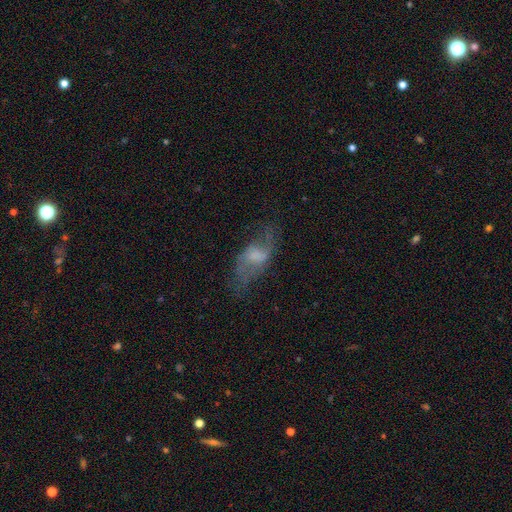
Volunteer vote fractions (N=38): smooth_or_featured: featured or disk (p=0.68) [alt: smooth p=0.26]
disk_edge_on: no (p=0.85) [alt: yes p=0.15]
bar: no (p=0.55) [alt: weak p=0.36]
has_spiral_arms: yes (p=0.73) [alt: no p=0.27]
spiral_winding: loose (p=0.62) [alt: medium p=0.25]
spiral_arm_count: 2 (p=0.62) [alt: can't tell p=0.25]
bulge_size: moderate (p=0.32) [tied with: small p=0.32]
merging: none (p=0.72) [alt: minor disturbance p=0.19]